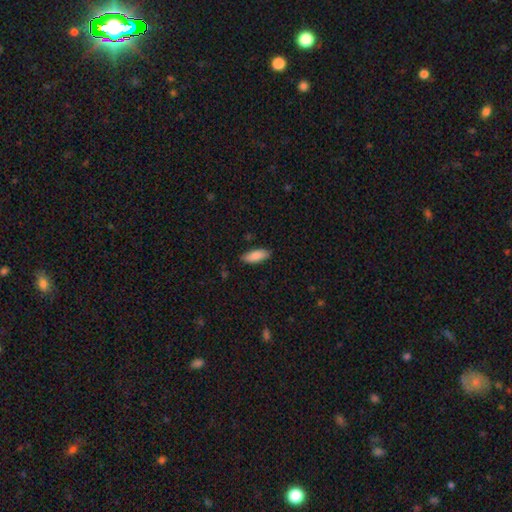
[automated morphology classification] This is clearly a smooth galaxy (88%). How rounded: likely in between (76%). Merging: clearly none (86%).